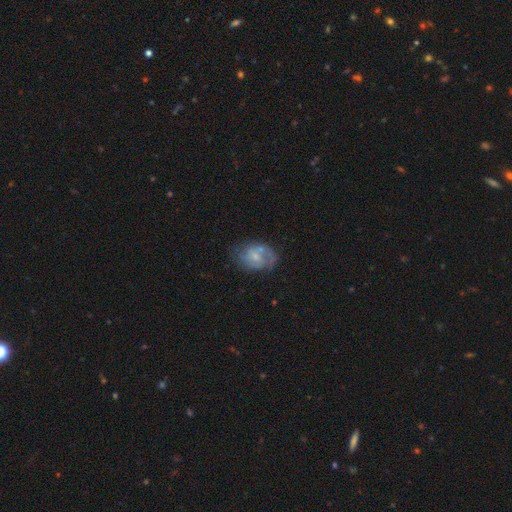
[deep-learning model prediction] Smooth or featured?
  - featured or disk: 54% *
  - smooth: 38%
  - star or artifact: 8%
Edge-on disk?
  - no: 97% *
  - yes: 3%
Bar?
  - no: 66% *
  - weak: 29%
  - strong: 4%
Spiral arms?
  - yes: 63% *
  - no: 37%
Bulge size?
  - small: 49% *
  - moderate: 32%
  - none: 14%
  - large: 3%
  - dominant: 1%
Merging?
  - none: 53% *
  - minor disturbance: 26%
  - major disturbance: 15%
  - merger: 6%